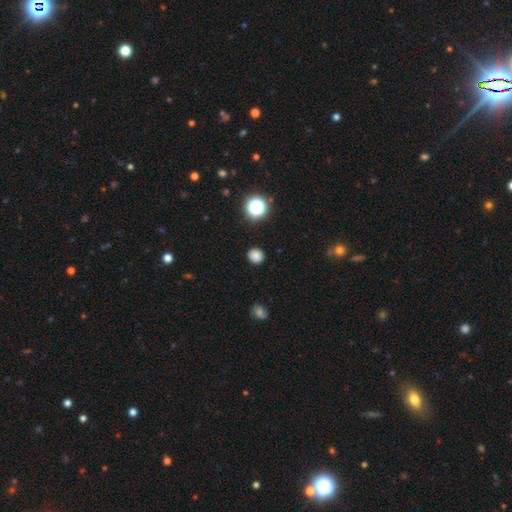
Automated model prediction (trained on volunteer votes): The model was most divided on "smooth or featured": smooth: 80%, star or artifact: 15%, featured or disk: 5%. More confident: merging — none (89%); how rounded — round (88%).